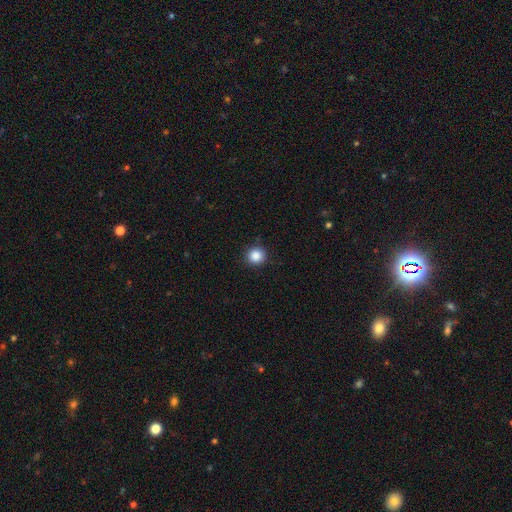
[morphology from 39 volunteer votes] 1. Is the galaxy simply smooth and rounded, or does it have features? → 90% smooth, 5% featured or disk, 5% star or artifact.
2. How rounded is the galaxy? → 100% round, 0% in between, 0% cigar-shaped.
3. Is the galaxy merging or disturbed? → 84% none, 11% minor disturbance, 5% major disturbance, 0% merger.